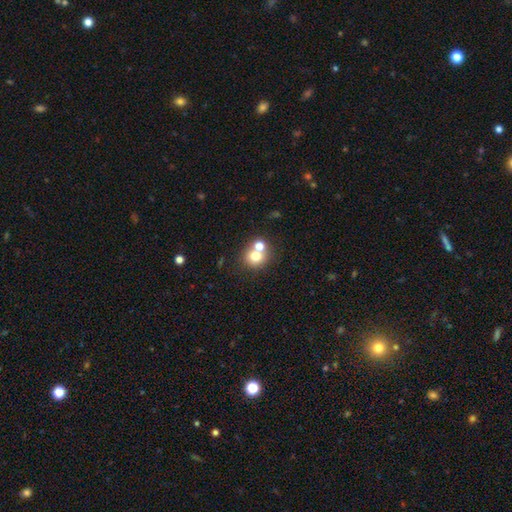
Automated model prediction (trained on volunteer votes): smooth_or_featured: smooth (p=0.72) [alt: featured or disk p=0.15]
how_rounded: round (p=0.82) [alt: in between p=0.17]
merging: none (p=0.47) [alt: merger p=0.43]